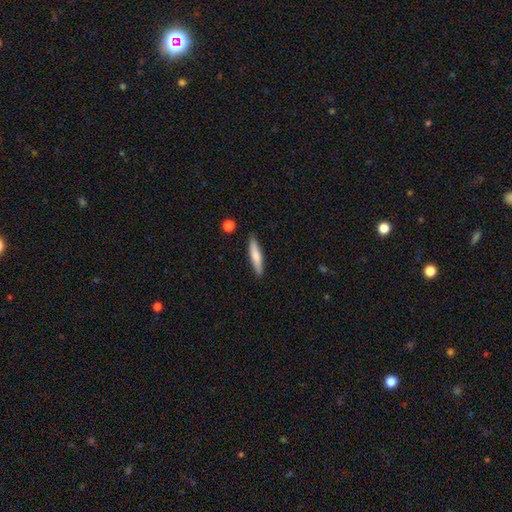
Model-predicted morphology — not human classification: The model was most divided on "smooth or featured": smooth: 70%, featured or disk: 24%, star or artifact: 6%. More confident: merging — none (88%); how rounded — cigar-shaped (86%).